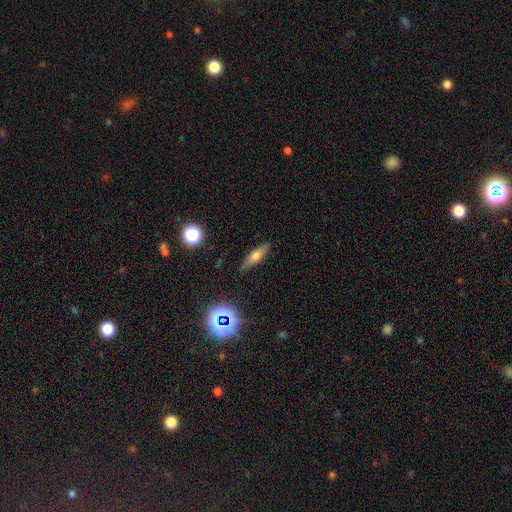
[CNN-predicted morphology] Smooth or featured? Predicted: smooth (p=0.56). How rounded? Predicted: cigar-shaped (p=0.58). Merging? Predicted: none (p=0.84).